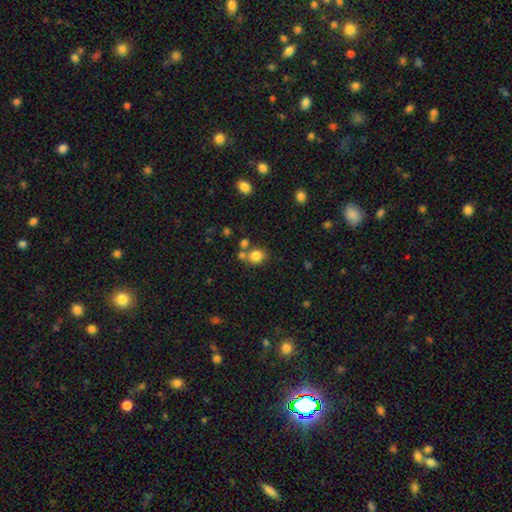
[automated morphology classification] Smooth or featured: smooth — 81% (star or artifact — 12%)
How rounded: round — 73% (in between — 26%)
Merging: none — 59% (merger — 25%)